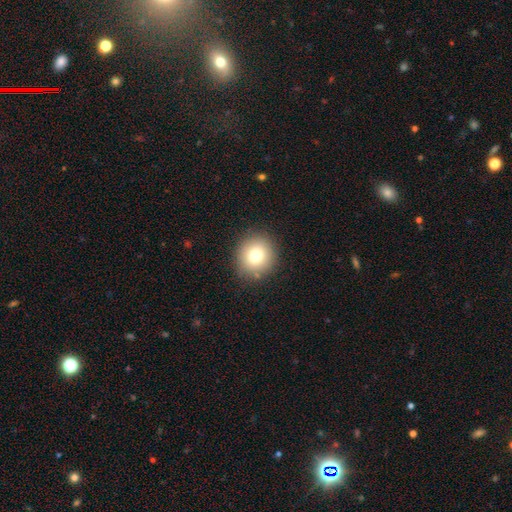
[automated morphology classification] smooth-or-featured: smooth: 77% | star or artifact: 12% | featured or disk: 11%
  how-rounded: round: 84% | in between: 16% | cigar-shaped: 1%
  merging: none: 87% | minor disturbance: 9% | major disturbance: 3% | merger: 2%